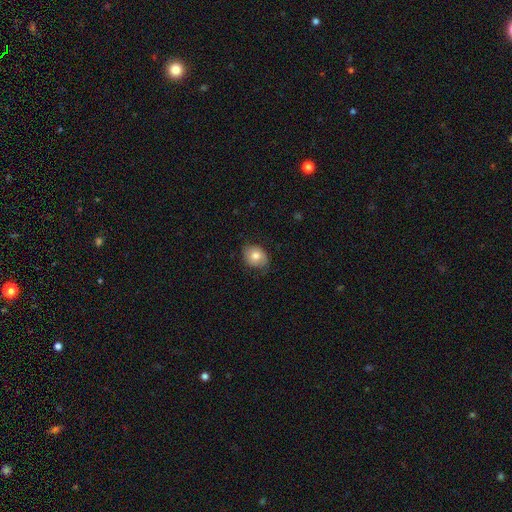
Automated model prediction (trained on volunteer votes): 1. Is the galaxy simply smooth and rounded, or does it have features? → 76% smooth, 17% featured or disk, 8% star or artifact.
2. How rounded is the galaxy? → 53% in between, 46% round, 1% cigar-shaped.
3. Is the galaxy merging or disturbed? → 73% none, 21% minor disturbance, 5% major disturbance, 1% merger.